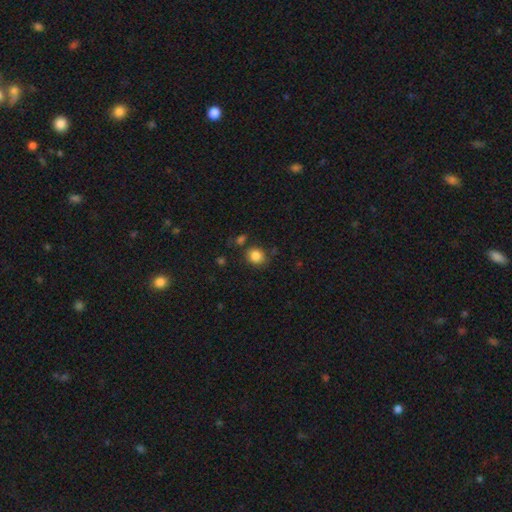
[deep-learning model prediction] This appears to be a smooth galaxy with no disk features (86%) that is round (73%). Merging: none (78%).